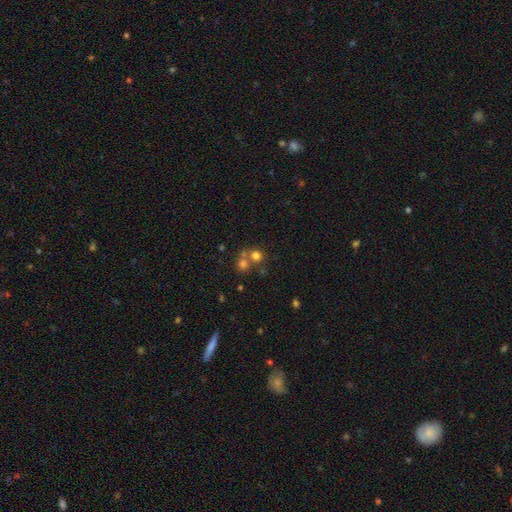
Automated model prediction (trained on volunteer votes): Morphology: type=smooth (70%); roundness=round (84%); merging=none (47%).